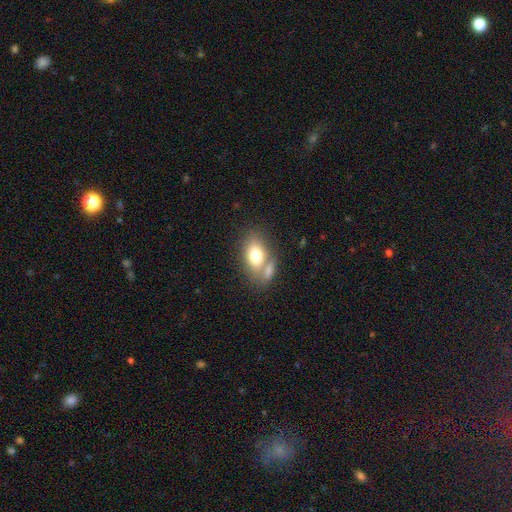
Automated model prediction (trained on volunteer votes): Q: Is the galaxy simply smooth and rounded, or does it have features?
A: smooth — 73%.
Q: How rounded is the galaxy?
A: in between — 85%.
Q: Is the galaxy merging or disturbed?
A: none — 45%.